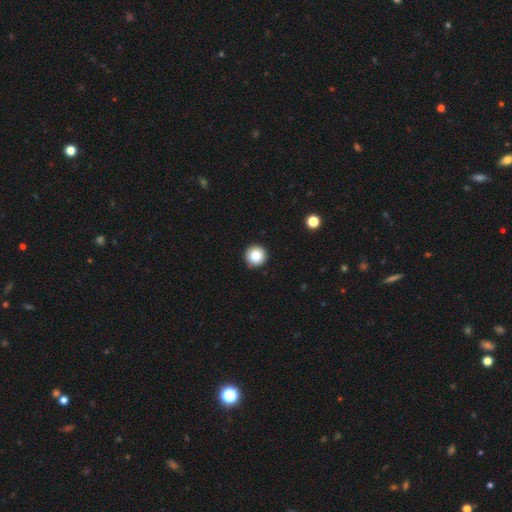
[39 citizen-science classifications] smooth-or-featured: smooth: 87% | star or artifact: 10% | featured or disk: 3%
  how-rounded: round: 100% | in between: 0% | cigar-shaped: 0%
  merging: none: 94% | minor disturbance: 3% | major disturbance: 3% | merger: 0%